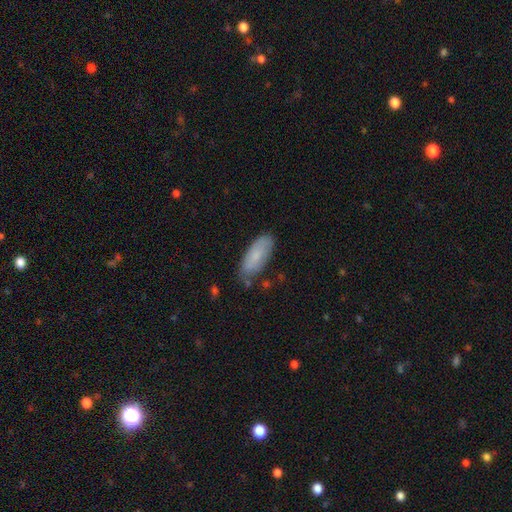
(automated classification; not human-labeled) Overall: smooth (76%). How rounded: in between (81%). Merging: none (73%).